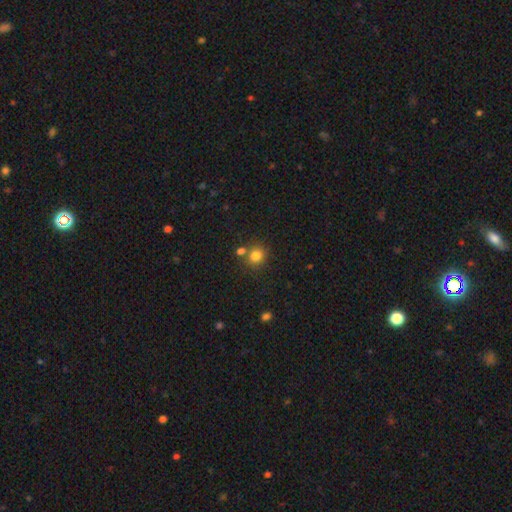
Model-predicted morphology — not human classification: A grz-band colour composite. It shows a smooth galaxy with no disk features (81%) that is round (78%). Merging: none (67%).